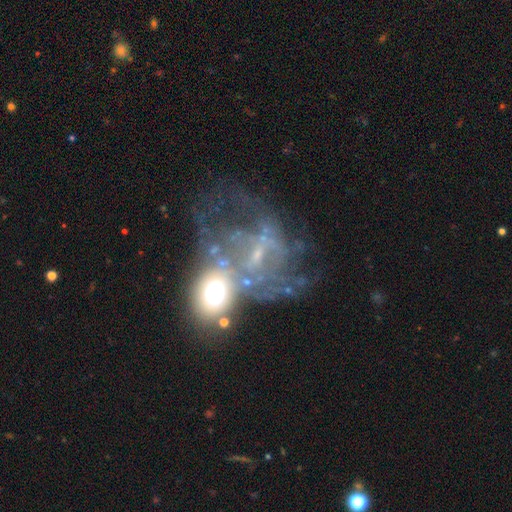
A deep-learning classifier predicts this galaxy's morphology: This is likely a featured or disk galaxy (64%). It is clearly not viewed edge-on (96%). Bar: likely no (65%). Spiral arm pattern: likely no (61%). Central bulge: marginally small (43%). Merging: marginally merger (35%).